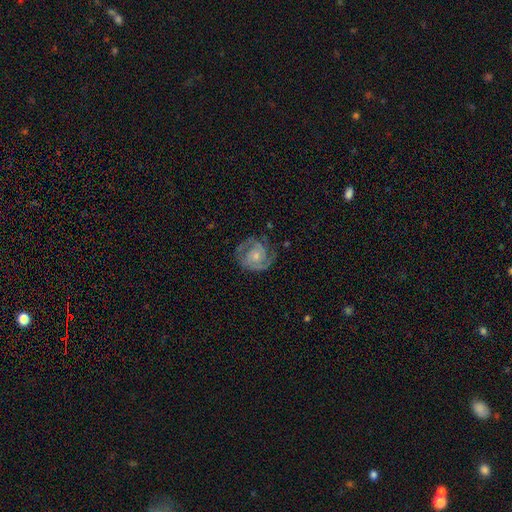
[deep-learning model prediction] This appears to be a featured or disk galaxy (88%) with no bar (68%), 2 (74%) tight (55%) spiral arms (97%) and a small central bulge (57%). Merging: none (73%).